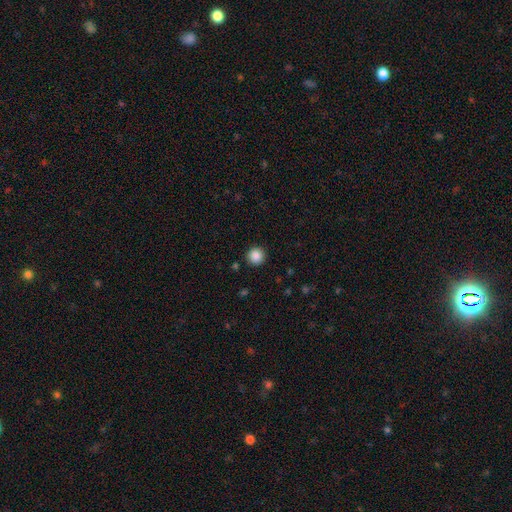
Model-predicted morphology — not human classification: The model was most divided on "smooth or featured": smooth: 87%, star or artifact: 10%, featured or disk: 3%. More confident: how rounded — round (95%); merging — none (92%).